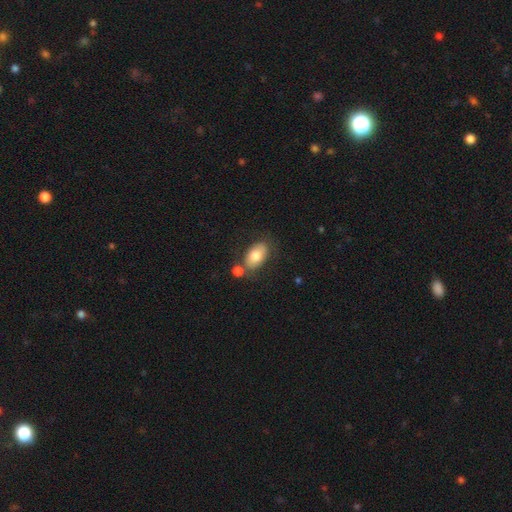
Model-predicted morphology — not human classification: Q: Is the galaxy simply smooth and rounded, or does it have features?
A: smooth — 76%.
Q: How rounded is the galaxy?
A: in between — 91%.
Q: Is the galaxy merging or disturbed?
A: none — 63%.